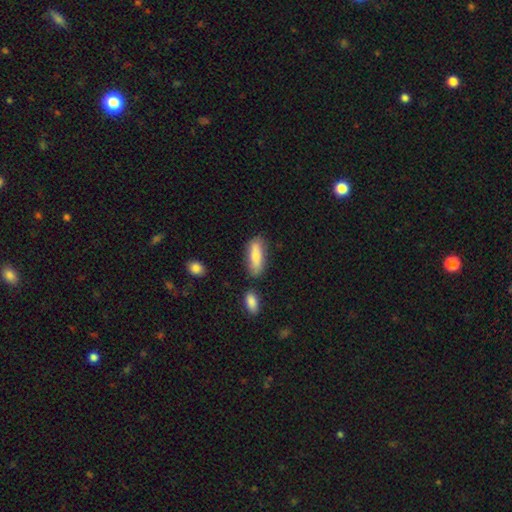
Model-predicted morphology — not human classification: The model was most divided on "how rounded": in between: 58%, cigar-shaped: 40%, round: 2%. More confident: merging — none (75%); smooth or featured — smooth (75%).